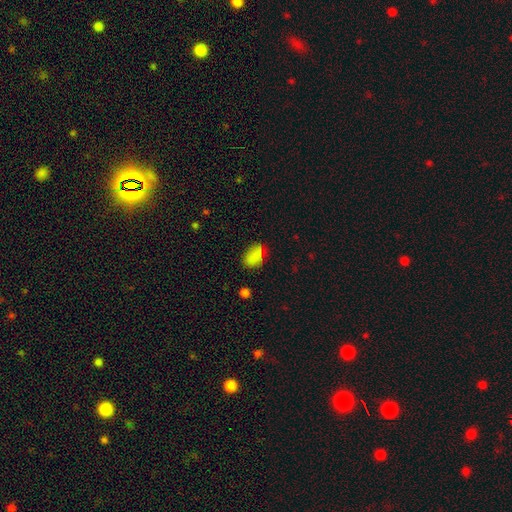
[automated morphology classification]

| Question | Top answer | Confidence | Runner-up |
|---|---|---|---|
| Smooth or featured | smooth | 82% | star or artifact (12%) |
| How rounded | in between | 88% | round (10%) |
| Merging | none | 71% | minor disturbance (21%) |